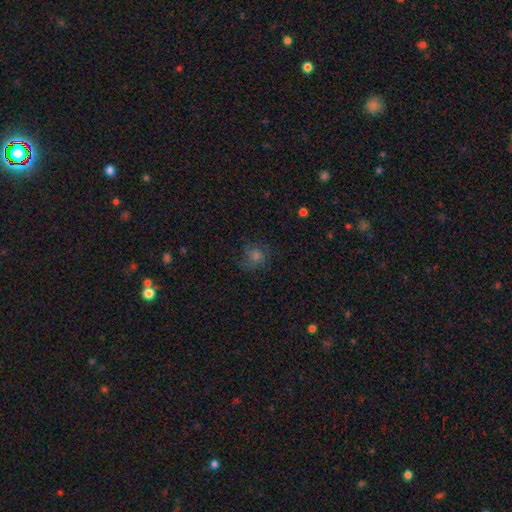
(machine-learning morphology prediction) The model was most divided on "smooth or featured": smooth: 43%, featured or disk: 32%, star or artifact: 25%. More confident: merging — none (67%).